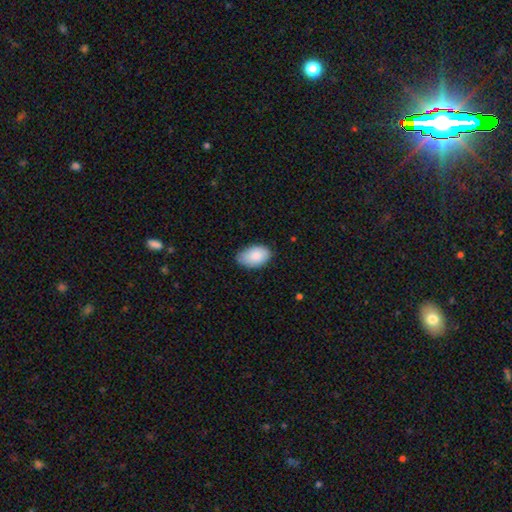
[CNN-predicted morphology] This appears to be a smooth galaxy with no disk features (88%) that is in between round and cigar-shaped (92%). Merging: none (72%).